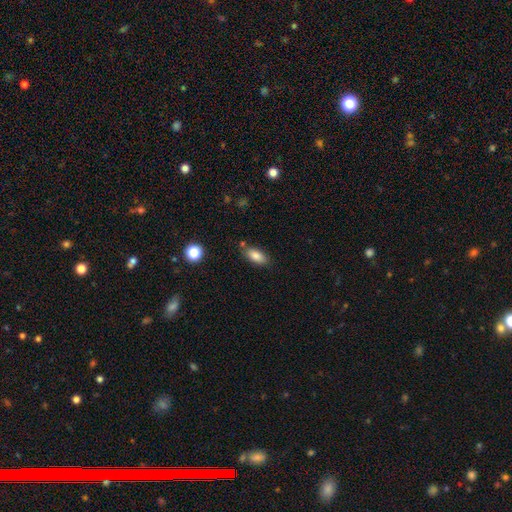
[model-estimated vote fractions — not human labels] smooth_or_featured: smooth (p=0.83) [alt: featured or disk p=0.09]
how_rounded: in between (p=0.87) [alt: cigar-shaped p=0.10]
merging: none (p=0.76) [alt: minor disturbance p=0.14]